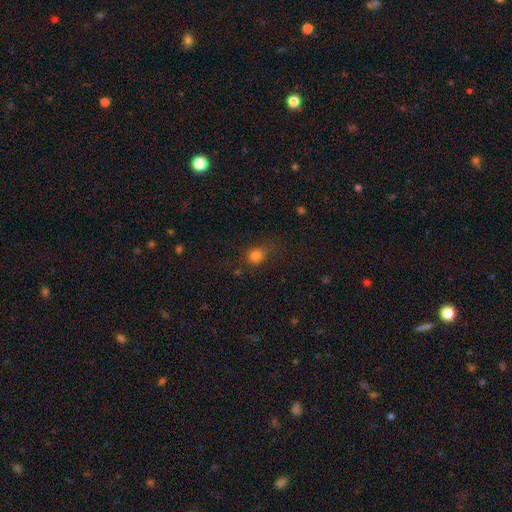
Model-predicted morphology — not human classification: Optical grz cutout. It shows a smooth galaxy with no disk features (79%) that is round (60%). Merging: none (60%).